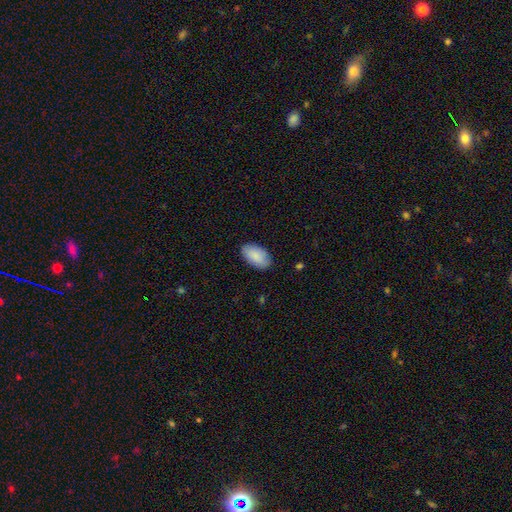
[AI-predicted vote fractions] Morphology: type=smooth (88%); roundness=in between (95%); merging=none (85%).